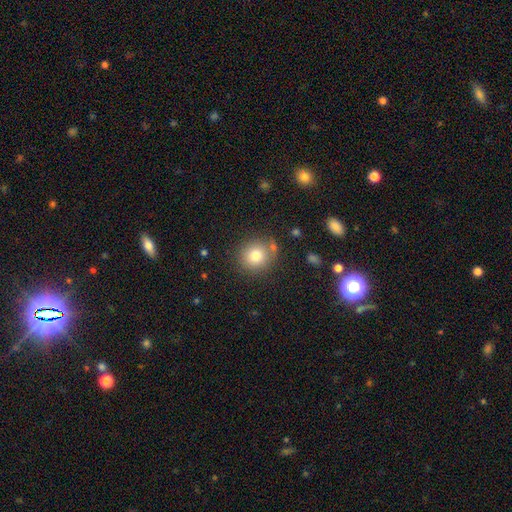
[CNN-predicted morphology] Smooth or featured? Predicted: smooth (p=0.79). How rounded? Predicted: round (p=0.87). Merging? Predicted: none (p=0.77).